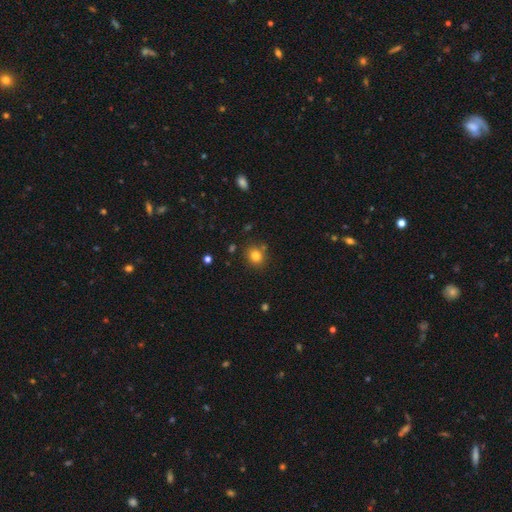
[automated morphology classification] The model was most divided on "how rounded": round: 79%, in between: 20%, cigar-shaped: 1%. More confident: smooth or featured — smooth (81%); merging — none (81%).